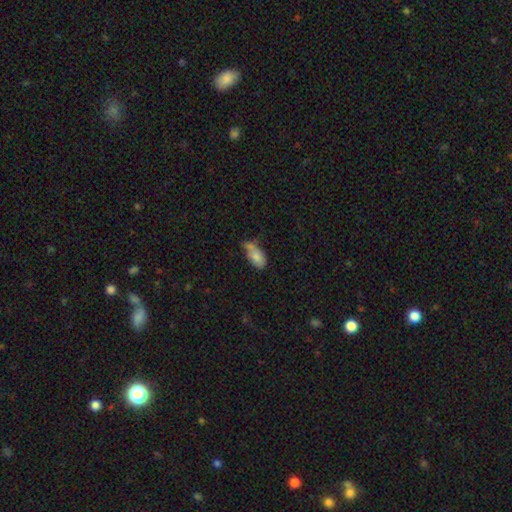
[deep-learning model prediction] smooth 75%, featured or disk 16%, star or artifact 9%. Down the decision tree: how rounded — in between (90%); merging — none (32%, tied with minor disturbance).